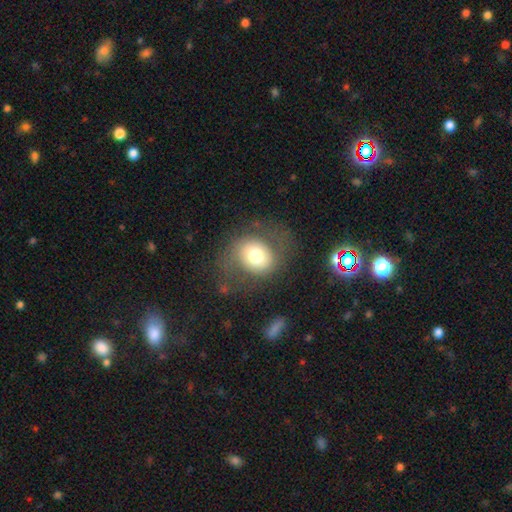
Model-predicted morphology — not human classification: Smooth or featured? smooth (60%)
How rounded? round (67%)
Merging? none (61%)